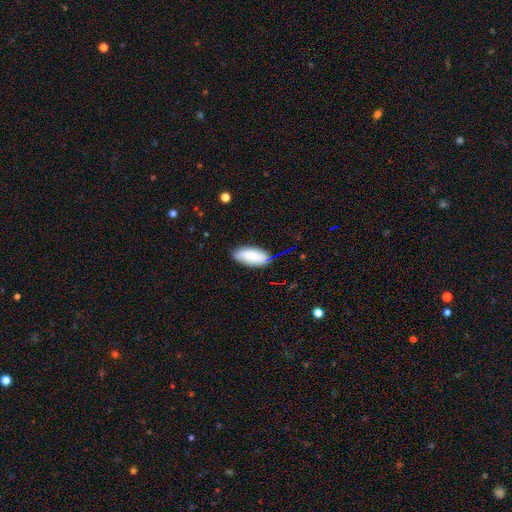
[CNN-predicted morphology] smooth_or_featured: smooth (p=0.79) [alt: featured or disk p=0.13]
how_rounded: in between (p=0.89) [alt: cigar-shaped p=0.09]
merging: none (p=0.77) [alt: minor disturbance p=0.18]